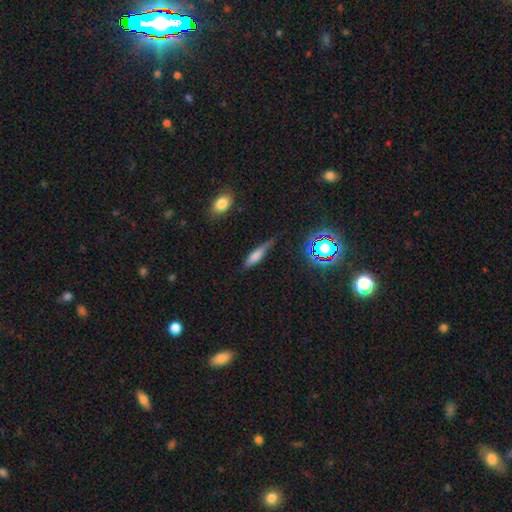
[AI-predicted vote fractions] Overall: smooth (66%). How rounded: cigar-shaped (68%; in between 29%). Merging: none (60%; minor disturbance 29%).